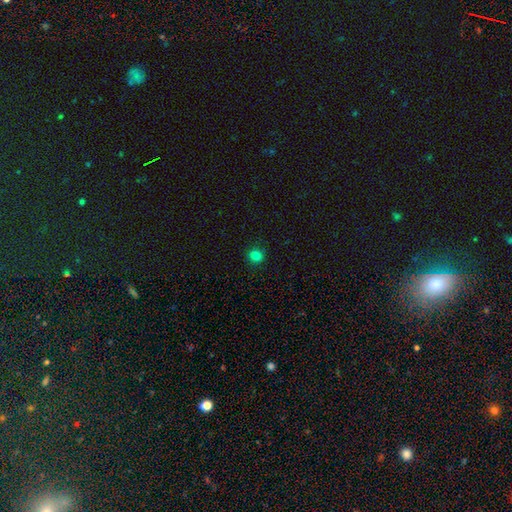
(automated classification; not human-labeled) Smooth or featured: smooth — 82% (star or artifact — 14%)
How rounded: round — 89% (in between — 10%)
Merging: none — 91% (minor disturbance — 6%)